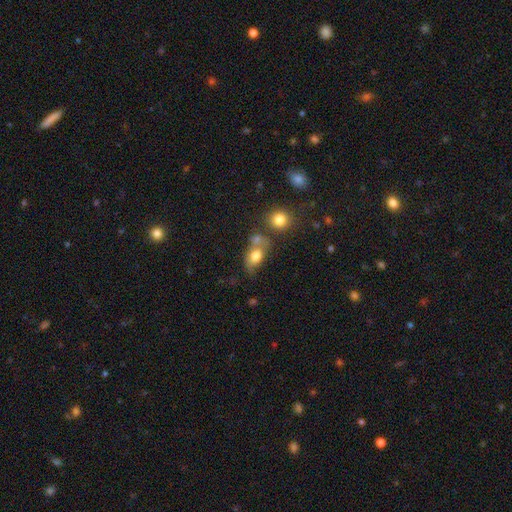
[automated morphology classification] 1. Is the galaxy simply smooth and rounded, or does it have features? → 76% smooth, 14% featured or disk, 10% star or artifact.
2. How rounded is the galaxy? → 76% in between, 22% round, 2% cigar-shaped.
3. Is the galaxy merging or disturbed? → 41% none, 34% merger, 17% minor disturbance, 9% major disturbance.